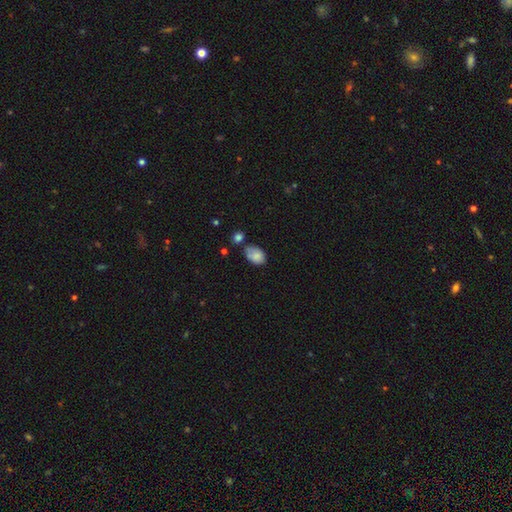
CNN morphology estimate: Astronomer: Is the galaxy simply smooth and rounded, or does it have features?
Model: smooth — 81%.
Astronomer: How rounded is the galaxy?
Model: in between — 84%.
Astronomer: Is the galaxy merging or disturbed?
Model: none — 47% (runner-up: minor disturbance, 31%).